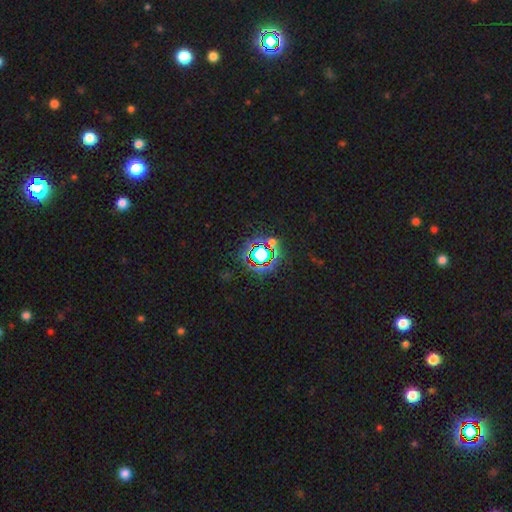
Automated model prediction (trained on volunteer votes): smooth-or-featured: star or artifact: 69% | smooth: 19% | featured or disk: 12%